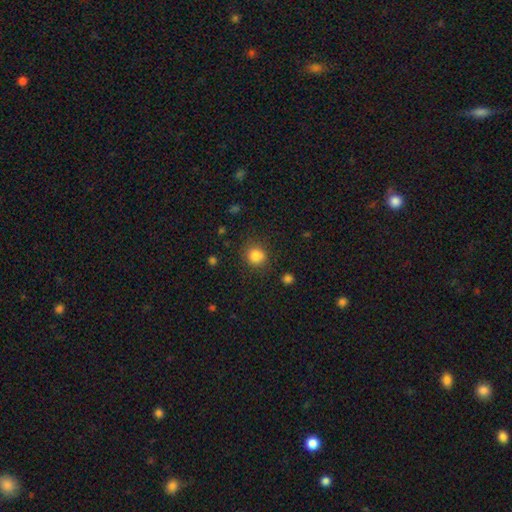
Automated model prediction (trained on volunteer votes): Smooth or featured?
  - smooth: 84% *
  - star or artifact: 11%
  - featured or disk: 4%
How rounded?
  - round: 86% *
  - in between: 13%
  - cigar-shaped: 1%
Merging?
  - none: 84% *
  - minor disturbance: 10%
  - major disturbance: 4%
  - merger: 2%